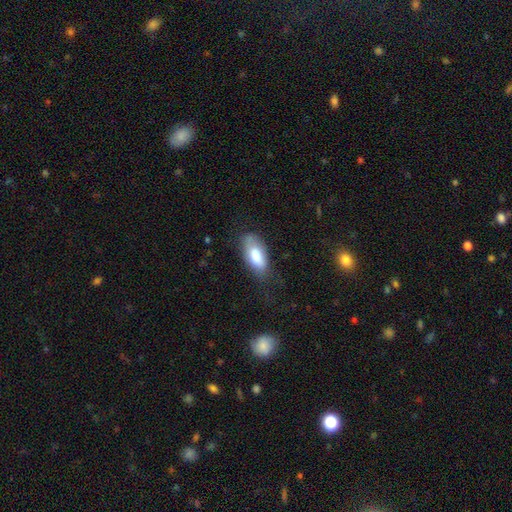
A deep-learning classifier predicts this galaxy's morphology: Smooth or featured? Predicted: smooth (p=0.79). How rounded? Predicted: in between (p=0.87). Merging? Predicted: none (p=0.62).